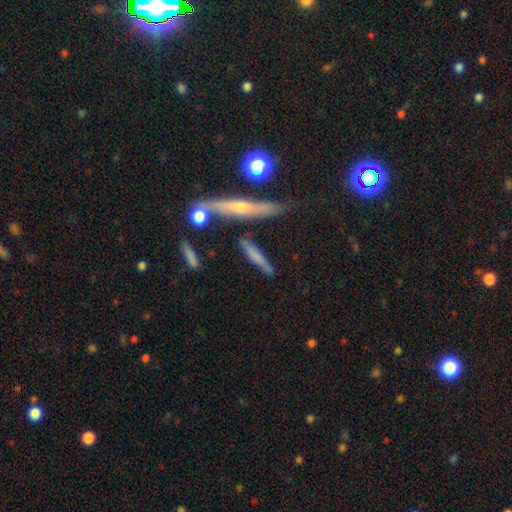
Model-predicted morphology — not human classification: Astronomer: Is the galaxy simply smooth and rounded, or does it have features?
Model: smooth — 53% (runner-up: featured or disk, 39%).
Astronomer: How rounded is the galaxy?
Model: cigar-shaped — 86%.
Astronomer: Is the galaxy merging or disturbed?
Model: none — 71%.